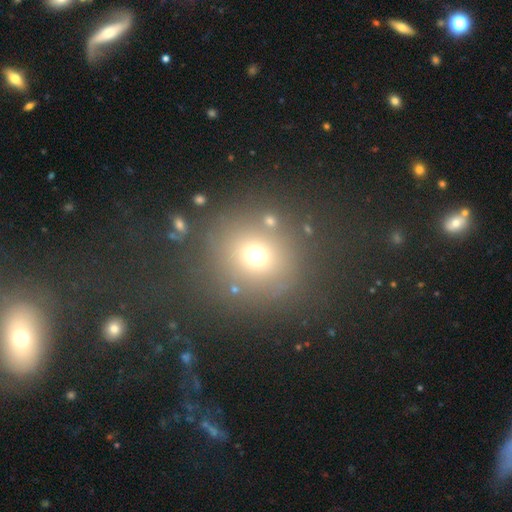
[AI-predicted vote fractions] smooth_or_featured: smooth (p=0.67) [alt: star or artifact p=0.22]
how_rounded: round (p=0.89) [alt: in between p=0.10]
merging: none (p=0.78) [alt: minor disturbance p=0.09]